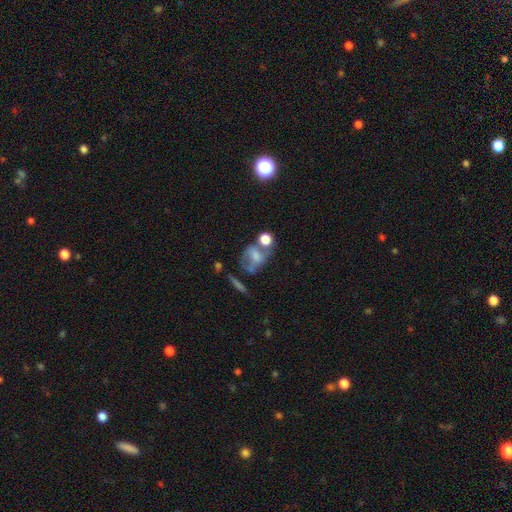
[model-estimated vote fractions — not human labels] smooth-or-featured: smooth: 48% | featured or disk: 39% | star or artifact: 13%
  merging: merger: 31% | none: 29% | major disturbance: 22% | minor disturbance: 18%